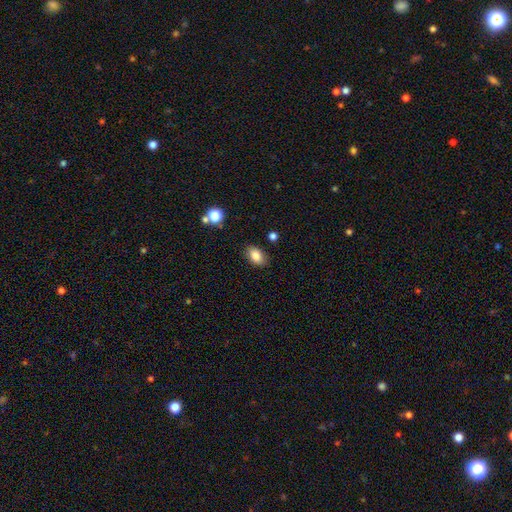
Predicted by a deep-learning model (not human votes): The model was most divided on "how rounded": in between: 83%, round: 16%, cigar-shaped: 1%. More confident: smooth or featured — smooth (84%); merging — none (84%).